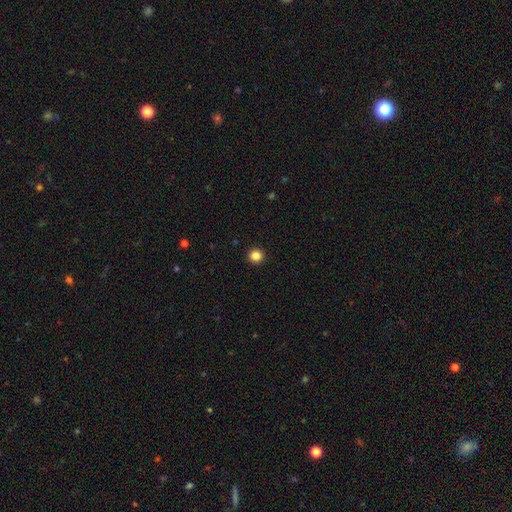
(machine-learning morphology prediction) A smooth galaxy with no disk features (85%) that is round (96%). Merging: none (94%).